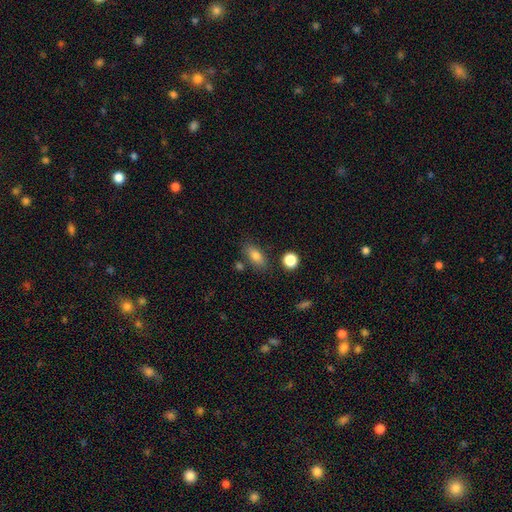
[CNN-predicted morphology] type=smooth (79%); roundness=in between (82%); merging=none (78%).